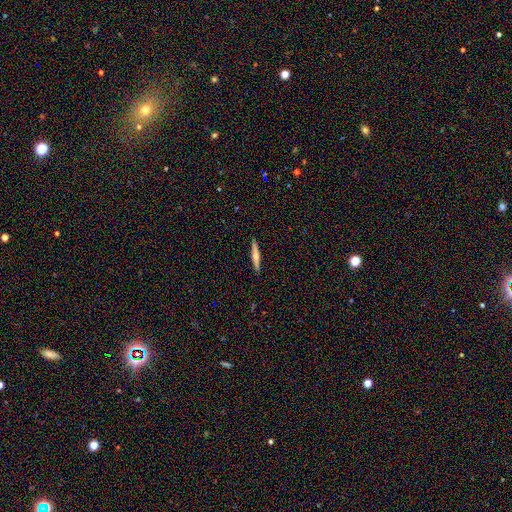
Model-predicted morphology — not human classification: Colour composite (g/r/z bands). It shows a featured or disk galaxy (52%) viewed edge-on (96%). Merging: none (91%).